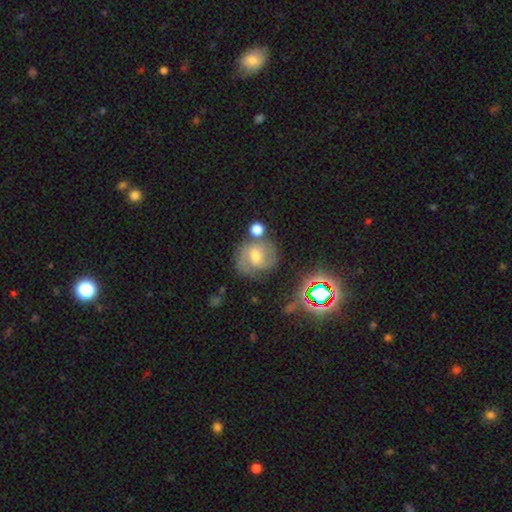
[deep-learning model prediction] smooth_or_featured: featured or disk (p=0.62) [alt: smooth p=0.25]
disk_edge_on: no (p=0.97) [alt: yes p=0.03]
bar: weak (p=0.45) [alt: no p=0.42]
has_spiral_arms: yes (p=0.89) [alt: no p=0.11]
spiral_winding: medium (p=0.45) [alt: tight p=0.41]
spiral_arm_count: 2 (p=0.62) [alt: can't tell p=0.18]
bulge_size: moderate (p=0.65) [alt: small p=0.24]
merging: none (p=0.62) [alt: minor disturbance p=0.19]